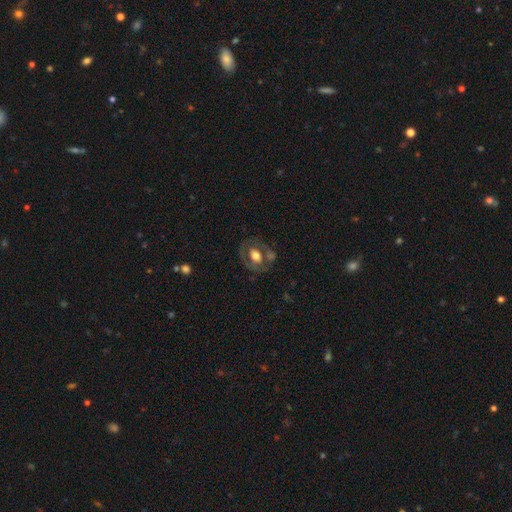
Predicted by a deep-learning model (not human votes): smooth_or_featured: featured or disk (p=0.50) [alt: smooth p=0.42]
disk_edge_on: no (p=0.94) [alt: yes p=0.06]
merging: none (p=0.58) [alt: minor disturbance p=0.18]